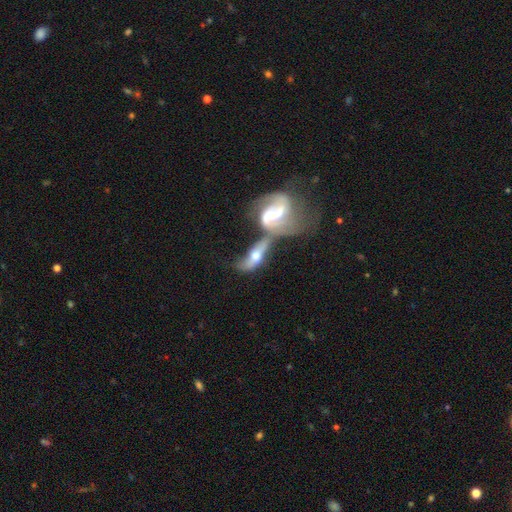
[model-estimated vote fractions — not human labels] This appears to be a featured or disk galaxy (68%) with no bar (52%), spiral arms (75%) and a moderate central bulge (65%). Merging: merger (63%).